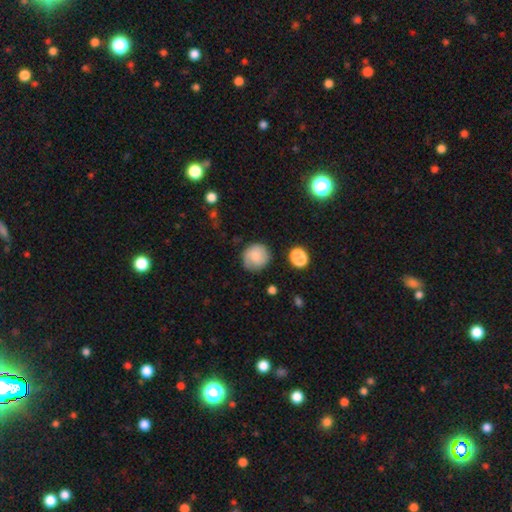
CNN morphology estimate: This is likely a smooth galaxy (75%). How rounded: clearly round (89%). Merging: likely none (75%).